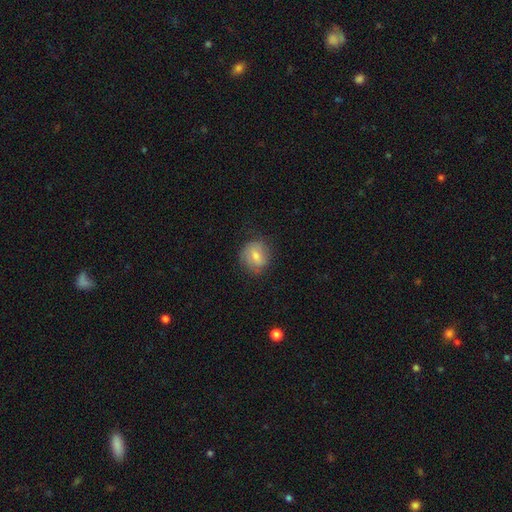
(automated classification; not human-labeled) Smooth or featured? Predicted: smooth (p=0.56). How rounded? Predicted: round (p=0.75). Merging? Predicted: none (p=0.70).